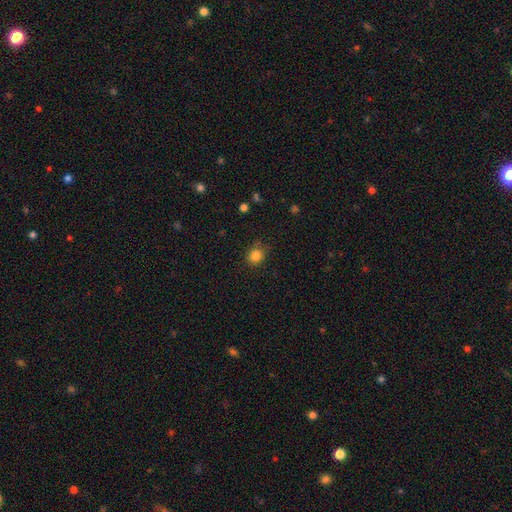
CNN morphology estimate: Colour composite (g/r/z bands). It shows a smooth galaxy with no disk features (83%) that is round (78%). Merging: none (81%).